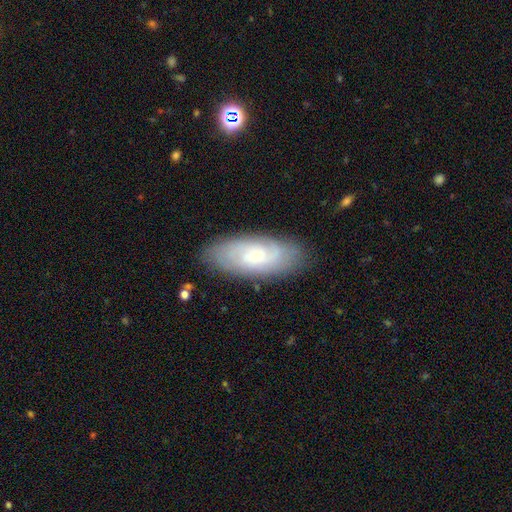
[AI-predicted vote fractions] The model was most divided on "smooth or featured": featured or disk: 60%, smooth: 33%, star or artifact: 7%. More confident: edge-on disk — no (90%); spiral arms — yes (89%); merging — none (80%); bar — no (66%); bulge size — small (61%).